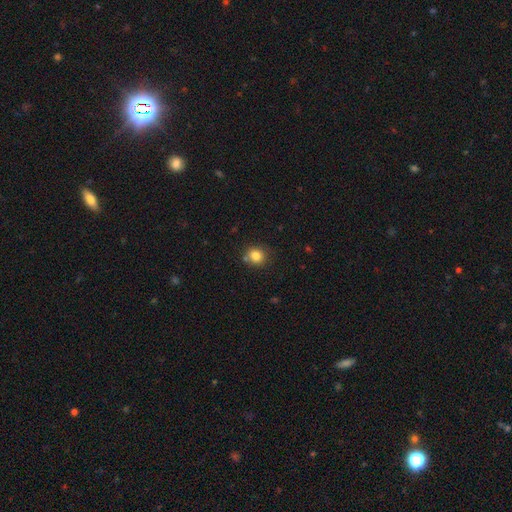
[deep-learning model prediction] smooth_or_featured: smooth (p=0.83) [alt: star or artifact p=0.11]
how_rounded: round (p=0.83) [alt: in between p=0.17]
merging: none (p=0.76) [alt: minor disturbance p=0.12]